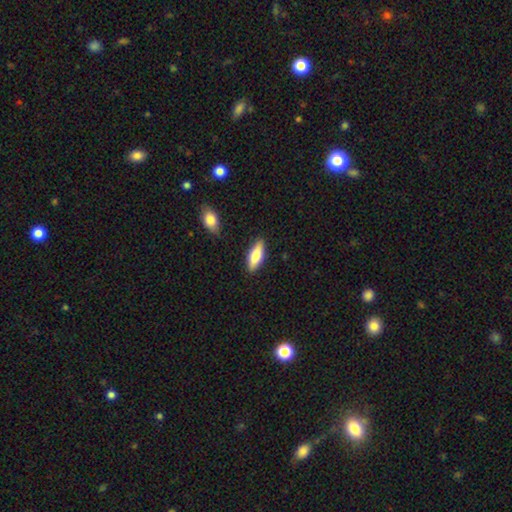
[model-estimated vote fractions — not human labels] smooth 73%, featured or disk 21%, star or artifact 6%. Down the decision tree: how rounded — in between (61%); merging — none (86%).